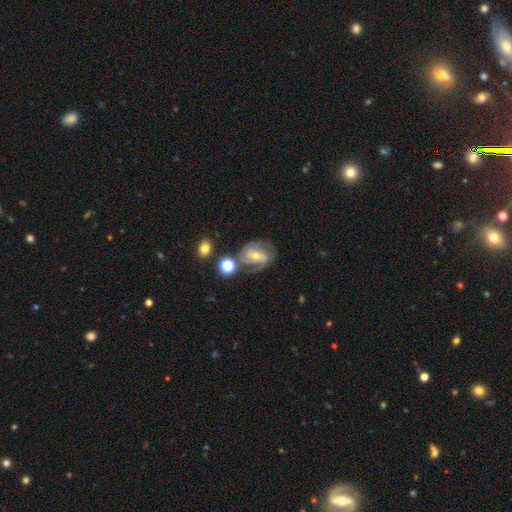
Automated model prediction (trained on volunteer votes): Q: Smooth or featured?
A: featured or disk (84%); runner-up: smooth (9%)
Q: Edge-on disk?
A: no (97%); runner-up: yes (3%)
Q: Bar?
A: weak (42%); runner-up: strong (29%)
Q: Spiral arms?
A: yes (96%); runner-up: no (4%)
Q: Spiral winding?
A: medium (48%); runner-up: tight (36%)
Q: Spiral arm count?
A: 2 (62%); runner-up: 3 (19%)
Q: Bulge size?
A: moderate (49%); runner-up: small (48%)
Q: Merging?
A: none (65%); runner-up: minor disturbance (19%)